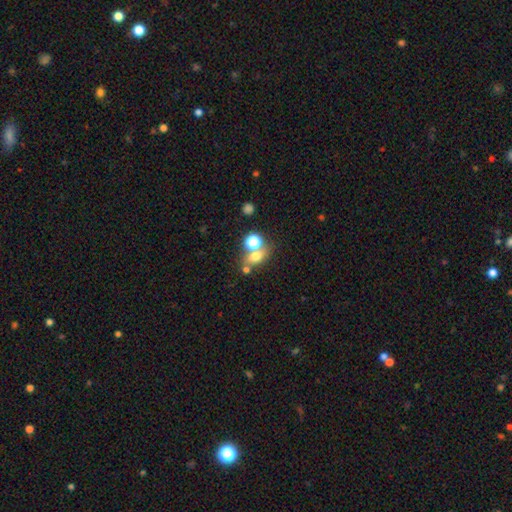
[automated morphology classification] smooth-or-featured: smooth: 64% | star or artifact: 20% | featured or disk: 16%
  how-rounded: in between: 55% | round: 41% | cigar-shaped: 5%
  merging: none: 49% | merger: 35% | minor disturbance: 10% | major disturbance: 6%